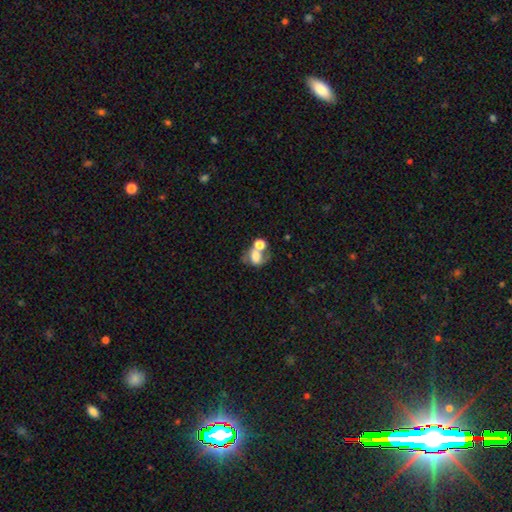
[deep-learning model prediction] Overall: smooth (59%; featured or disk 28%). How rounded: in between (61%; round 38%). Merging: merger (47%; none 25%).